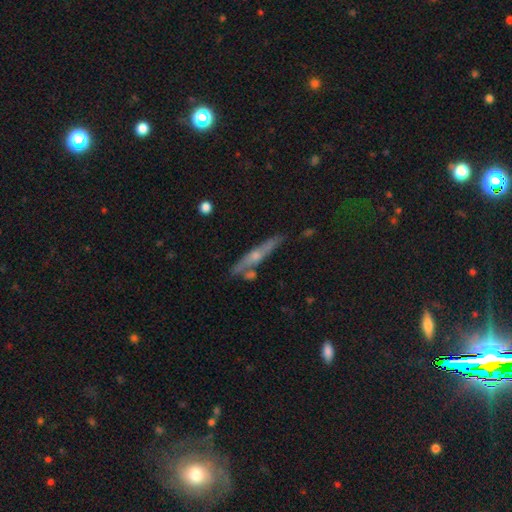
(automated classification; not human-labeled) This appears to be a featured or disk galaxy (63%) viewed edge-on (91%) with a rounded central bulge (78%). Merging: none (74%).